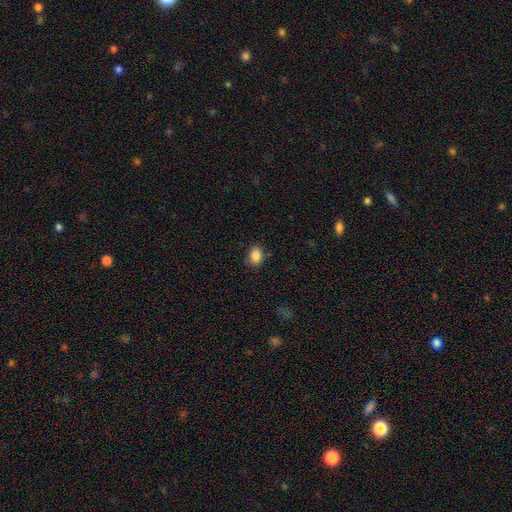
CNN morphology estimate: A smooth galaxy with no disk features (87%) that is in between round and cigar-shaped (68%). Merging: none (85%).